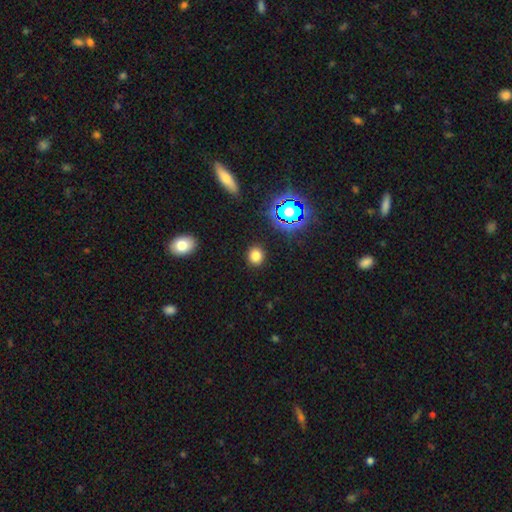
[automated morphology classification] smooth-or-featured: smooth: 77% | star or artifact: 18% | featured or disk: 6%
  how-rounded: round: 79% | in between: 20% | cigar-shaped: 1%
  merging: none: 90% | minor disturbance: 7% | major disturbance: 2% | merger: 2%